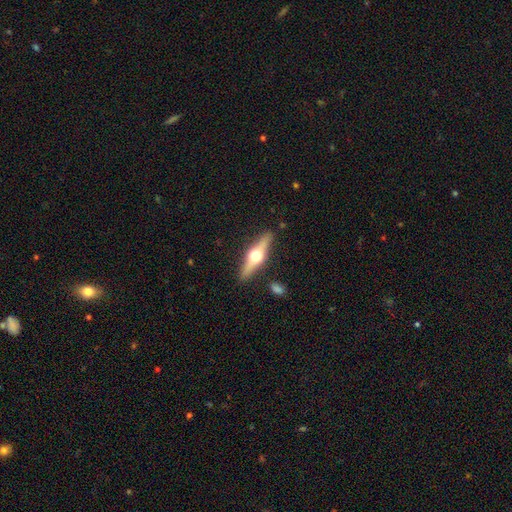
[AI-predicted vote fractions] featured or disk 71%, smooth 24%, star or artifact 5%. Down the decision tree: edge-on disk — yes (96%); edge-on bulge — rounded (96%); merging — none (88%).